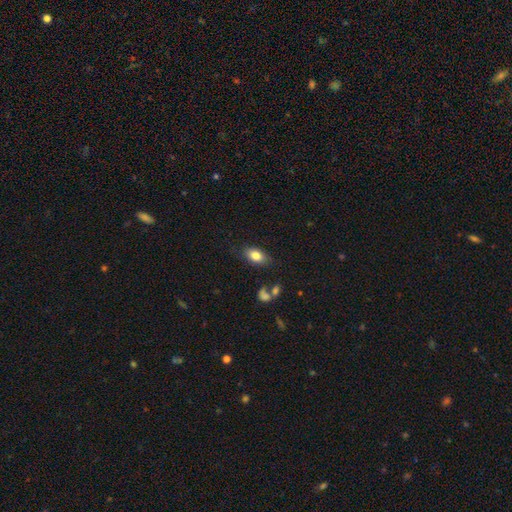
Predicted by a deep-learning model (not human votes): This is clearly a smooth galaxy (82%). How rounded: clearly in between (89%). Merging: likely none (79%).